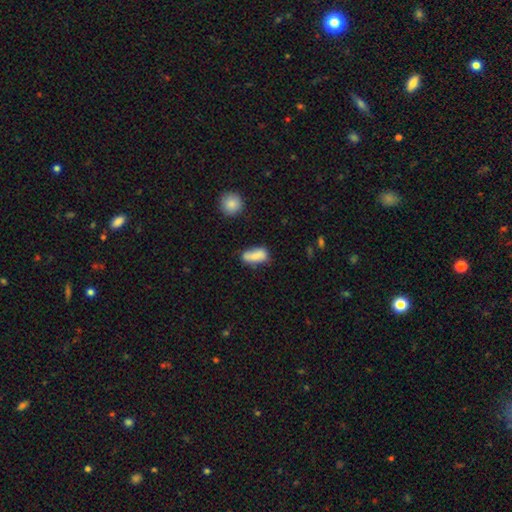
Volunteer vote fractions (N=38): Overall: smooth (87%). How rounded: in between (88%). Merging: none (49%; minor disturbance 32%).